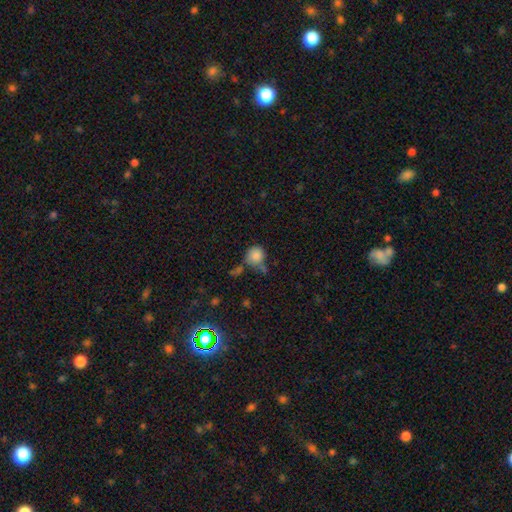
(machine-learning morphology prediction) Smooth or featured? smooth (83%)
How rounded? round (82%)
Merging? none (47%)